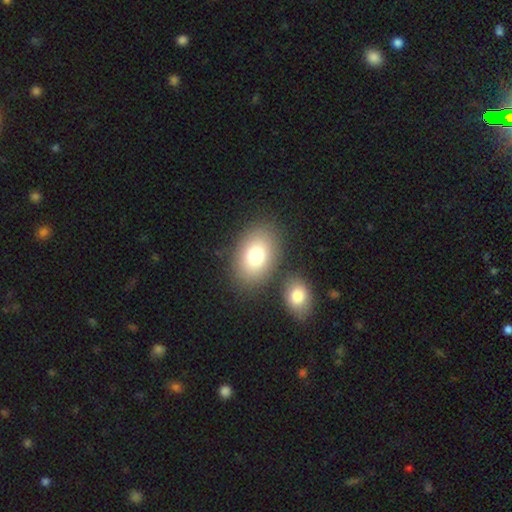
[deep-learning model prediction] Morphology: type=smooth (80%); roundness=in between (83%); merging=none (75%).